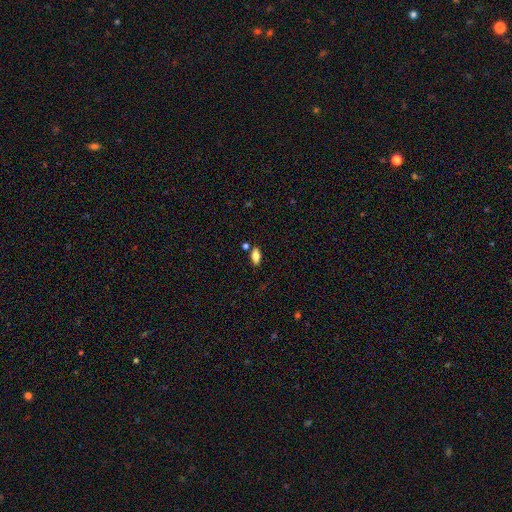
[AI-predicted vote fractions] Q: Smooth or featured?
A: smooth (81%); runner-up: featured or disk (10%)
Q: How rounded?
A: in between (89%); runner-up: cigar-shaped (7%)
Q: Merging?
A: none (79%); runner-up: minor disturbance (12%)